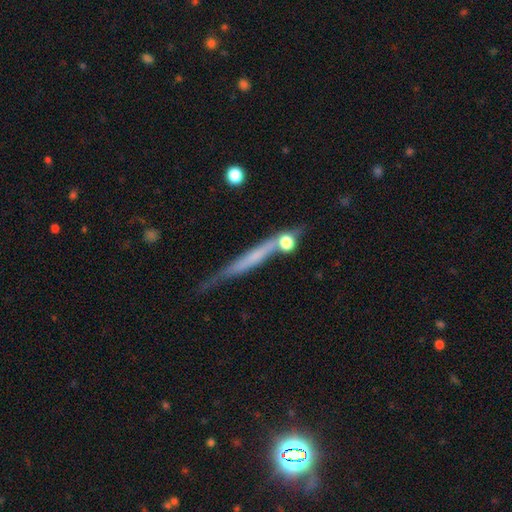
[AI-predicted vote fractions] The model was most divided on "smooth or featured": featured or disk: 54%, smooth: 37%, star or artifact: 9%. More confident: edge-on disk — yes (92%); merging — none (63%).